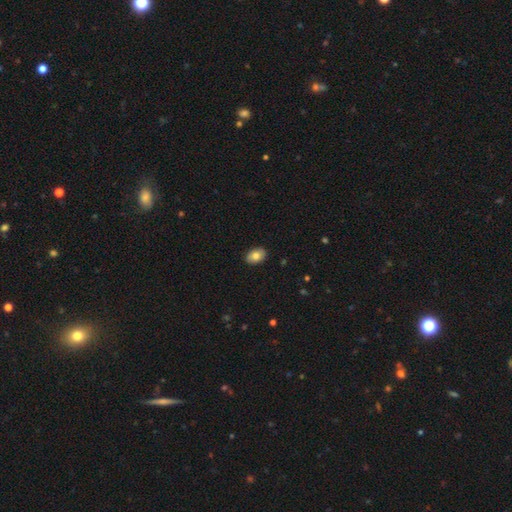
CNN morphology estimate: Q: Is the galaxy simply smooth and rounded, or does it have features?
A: smooth — 82%.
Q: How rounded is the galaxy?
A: in between — 86%.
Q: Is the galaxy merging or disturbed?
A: none — 90%.